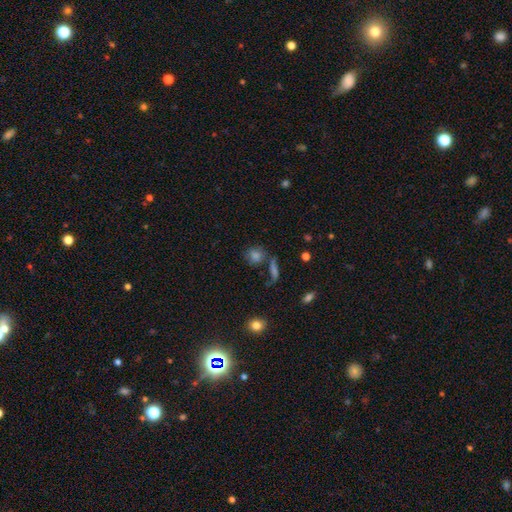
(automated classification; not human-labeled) smooth-or-featured: smooth: 66% | star or artifact: 19% | featured or disk: 14%
  how-rounded: round: 69% | in between: 27% | cigar-shaped: 4%
  merging: none: 61% | merger: 17% | minor disturbance: 14% | major disturbance: 8%